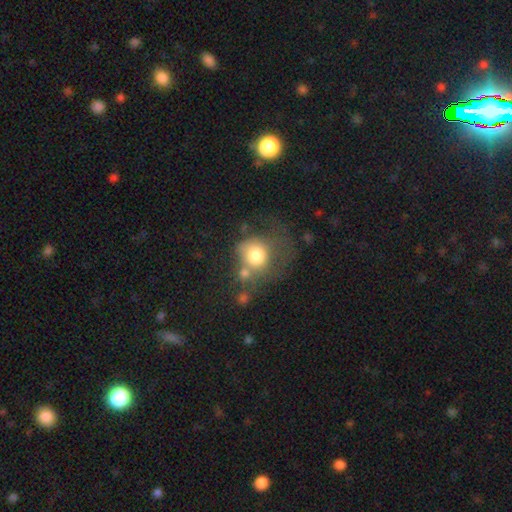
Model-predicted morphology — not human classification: type=smooth (72%); roundness=round (79%); merging=none (33%).